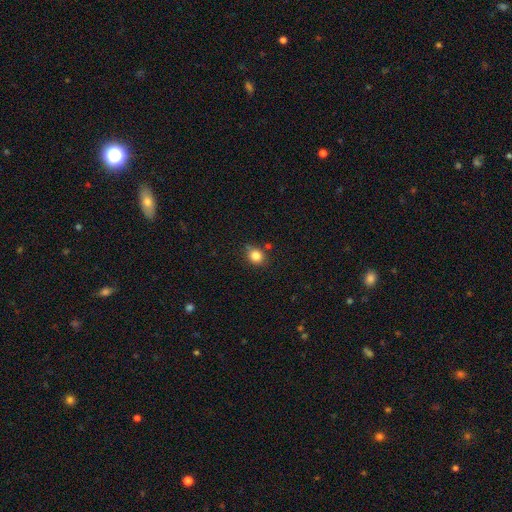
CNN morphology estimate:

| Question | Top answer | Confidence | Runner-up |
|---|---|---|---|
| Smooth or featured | smooth | 83% | star or artifact (11%) |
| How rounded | round | 67% | in between (32%) |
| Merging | none | 78% | minor disturbance (14%) |